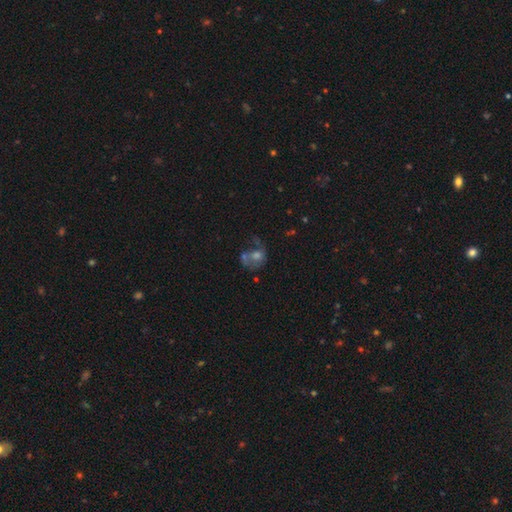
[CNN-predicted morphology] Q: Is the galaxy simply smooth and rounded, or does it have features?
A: featured or disk — 42%.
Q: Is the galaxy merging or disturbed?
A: none — 30%, tied with merger.